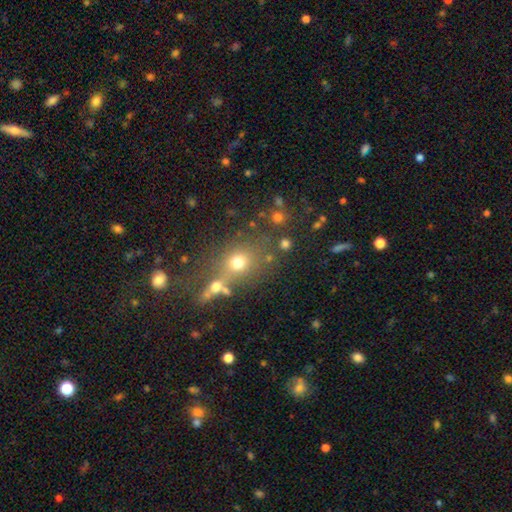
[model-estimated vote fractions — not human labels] smooth_or_featured: smooth (p=0.57) [alt: star or artifact p=0.28]
how_rounded: round (p=0.72) [alt: in between p=0.26]
merging: none (p=0.60) [alt: merger p=0.24]